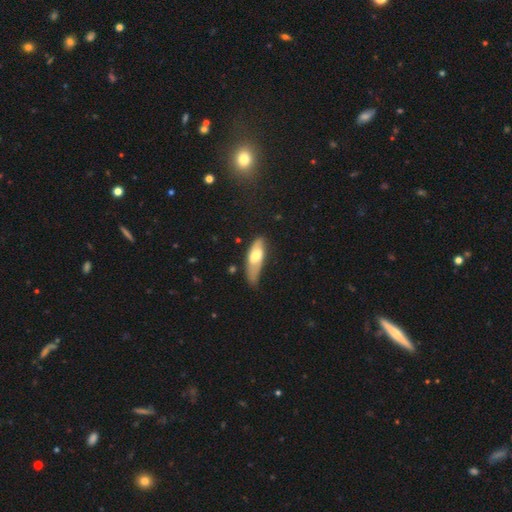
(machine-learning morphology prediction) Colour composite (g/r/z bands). It shows a smooth galaxy with no disk features (58%) that is in between round and cigar-shaped (62%). Merging: none (45%).